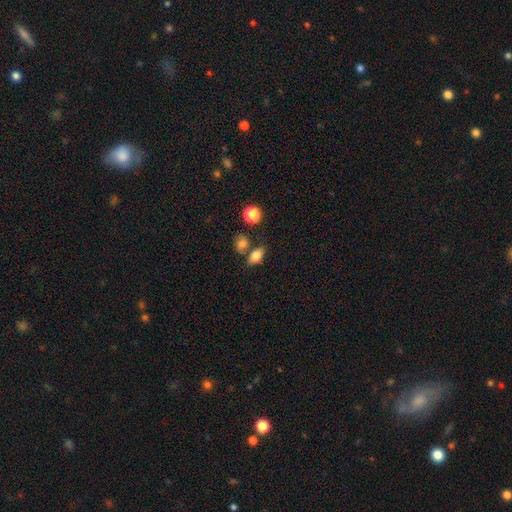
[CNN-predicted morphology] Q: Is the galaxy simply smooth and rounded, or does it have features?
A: smooth — 77%.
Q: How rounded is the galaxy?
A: in between — 79%.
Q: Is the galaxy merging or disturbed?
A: none — 64%.